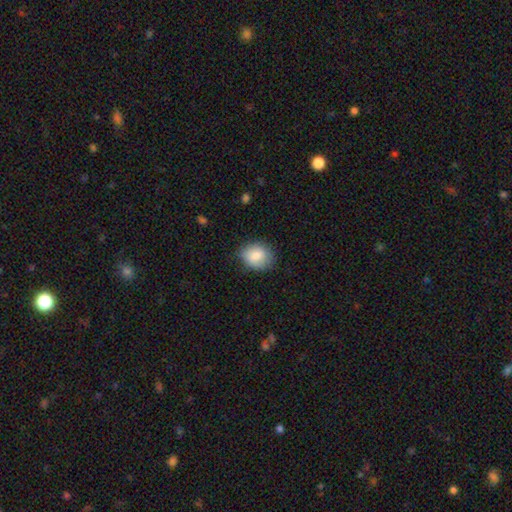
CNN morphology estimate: This appears to be a smooth galaxy with no disk features (84%) that is round (53%). Merging: none (75%).